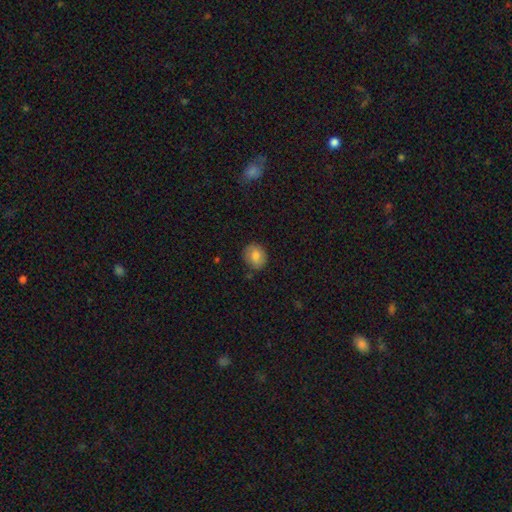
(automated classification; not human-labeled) This is likely a smooth galaxy (79%). How rounded: likely round (67%). Merging: clearly none (82%).